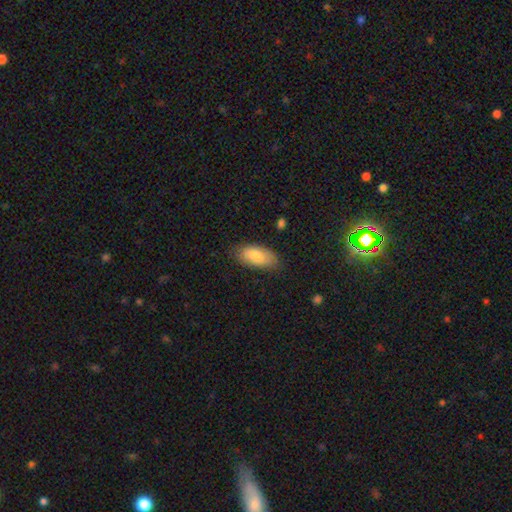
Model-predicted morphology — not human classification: Q: Smooth or featured?
A: smooth (80%); runner-up: featured or disk (13%)
Q: How rounded?
A: in between (90%); runner-up: cigar-shaped (7%)
Q: Merging?
A: none (81%); runner-up: minor disturbance (15%)